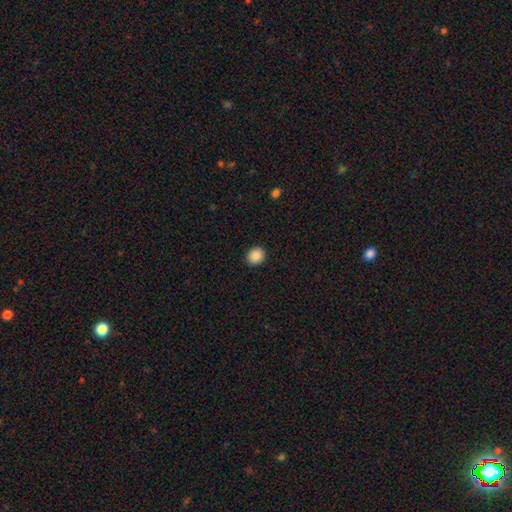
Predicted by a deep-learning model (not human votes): Overall: smooth (88%). How rounded: round (76%). Merging: none (91%).